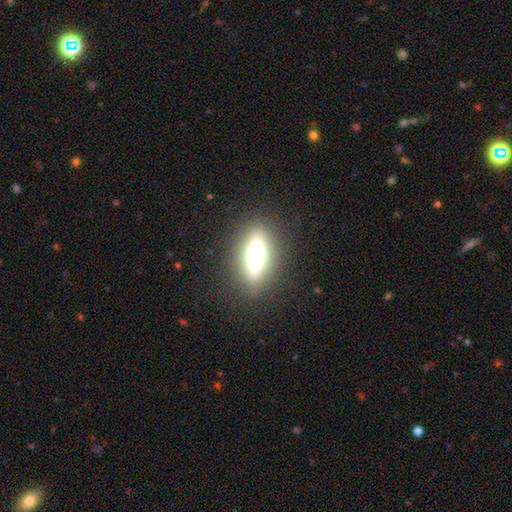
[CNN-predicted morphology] This is marginally a smooth galaxy (43%). Merging: clearly none (85%).